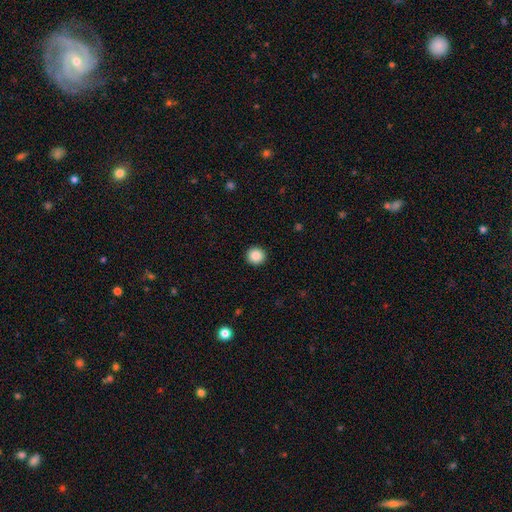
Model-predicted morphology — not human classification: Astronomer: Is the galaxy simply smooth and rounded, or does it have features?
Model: smooth — 88%.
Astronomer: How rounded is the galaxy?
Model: round — 95%.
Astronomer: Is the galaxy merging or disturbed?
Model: none — 93%.